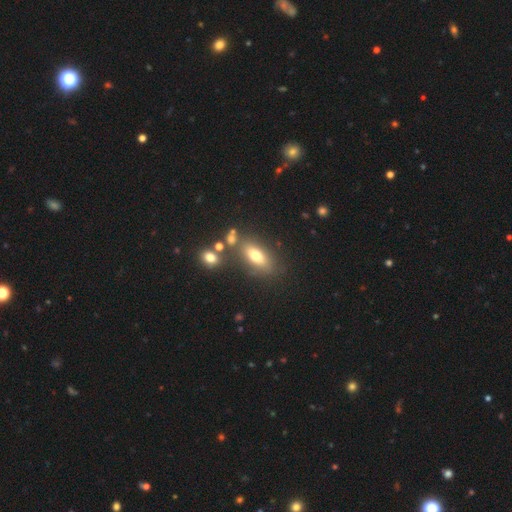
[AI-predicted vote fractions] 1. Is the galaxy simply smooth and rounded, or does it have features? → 74% smooth, 16% featured or disk, 10% star or artifact.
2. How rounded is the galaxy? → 77% in between, 17% cigar-shaped, 6% round.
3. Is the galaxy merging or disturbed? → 70% none, 13% minor disturbance, 12% merger, 5% major disturbance.